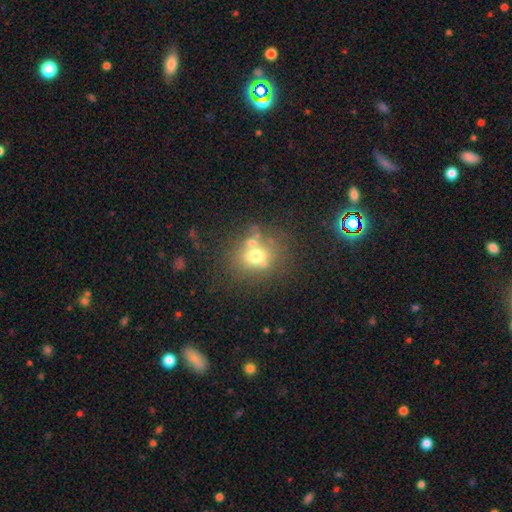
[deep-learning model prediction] Smooth or featured?
  - smooth: 63% *
  - featured or disk: 22%
  - star or artifact: 16%
How rounded?
  - round: 66% *
  - in between: 33%
  - cigar-shaped: 1%
Merging?
  - none: 54% *
  - merger: 24%
  - minor disturbance: 14%
  - major disturbance: 8%